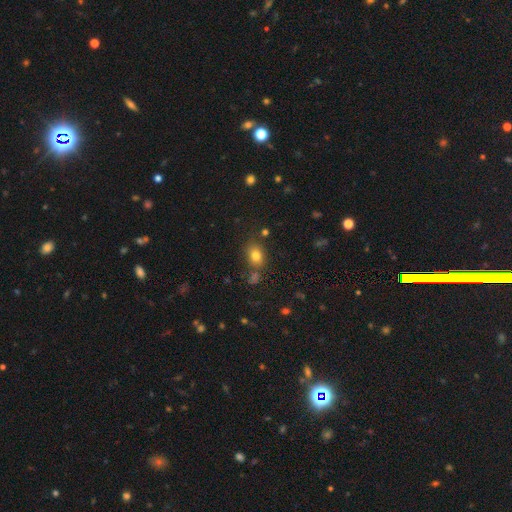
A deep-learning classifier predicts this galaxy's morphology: Smooth or featured: smooth — 78% (star or artifact — 14%)
How rounded: in between — 59% (round — 40%)
Merging: none — 74% (minor disturbance — 14%)